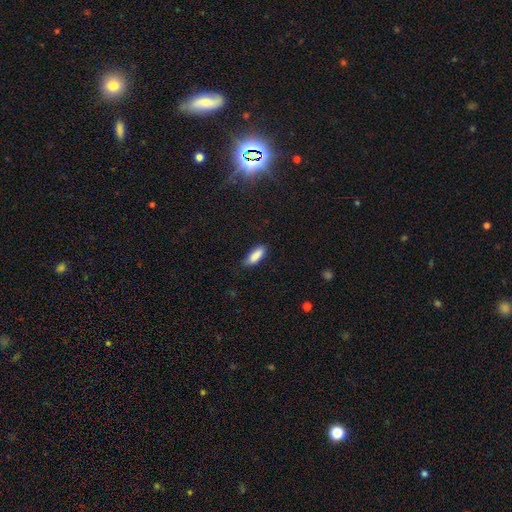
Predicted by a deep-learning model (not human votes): Smooth or featured?
  - smooth: 87% *
  - star or artifact: 7%
  - featured or disk: 6%
How rounded?
  - in between: 64% *
  - cigar-shaped: 34%
  - round: 2%
Merging?
  - none: 80% *
  - minor disturbance: 16%
  - major disturbance: 3%
  - merger: 1%